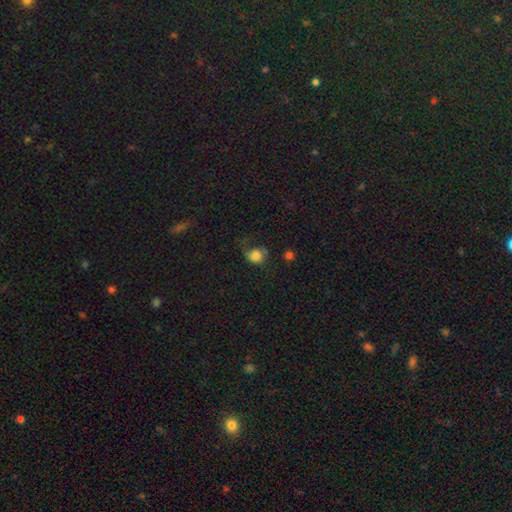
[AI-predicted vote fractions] This is likely a smooth galaxy (68%). How rounded: likely round (64%). Merging: marginally none (39%).